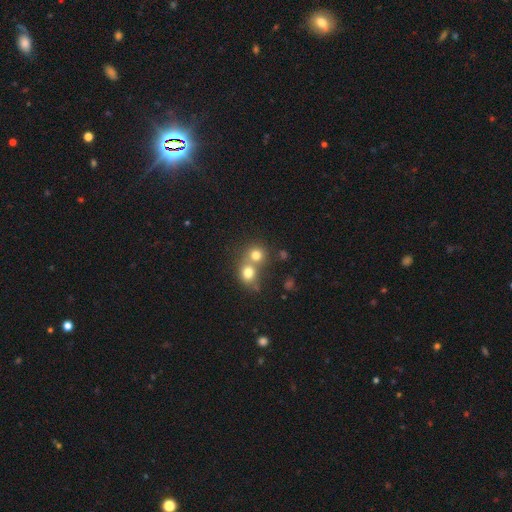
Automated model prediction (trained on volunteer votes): The model was most divided on "merging": merger: 54%, none: 37%, minor disturbance: 6%, major disturbance: 3%. More confident: how rounded — round (80%); smooth or featured — smooth (74%).